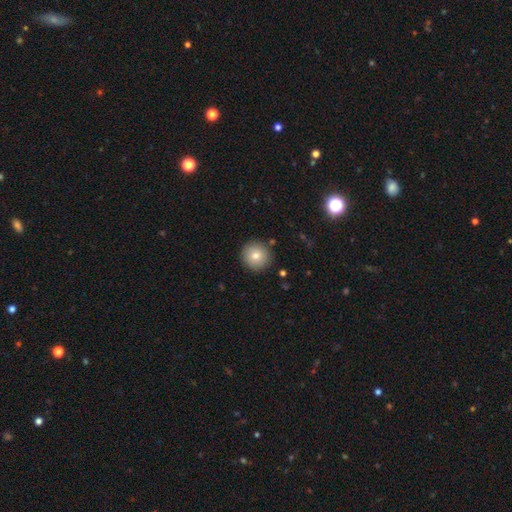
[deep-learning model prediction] Smooth or featured? smooth (78%)
How rounded? round (95%)
Merging? none (89%)